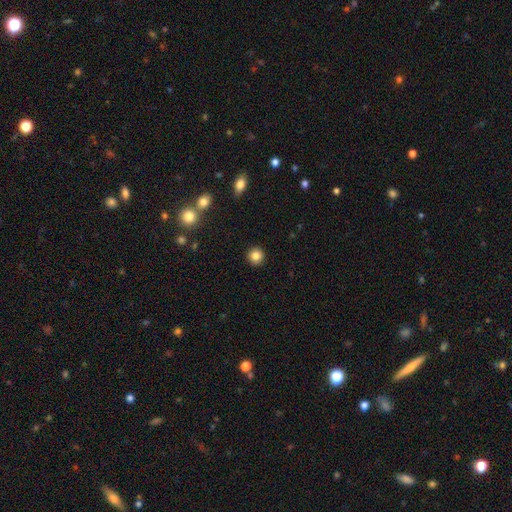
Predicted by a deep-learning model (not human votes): smooth_or_featured: smooth (p=0.84) [alt: star or artifact p=0.11]
how_rounded: round (p=0.94) [alt: in between p=0.05]
merging: none (p=0.93) [alt: minor disturbance p=0.05]